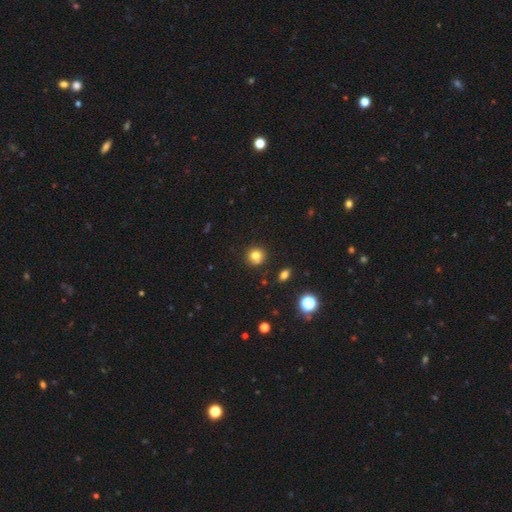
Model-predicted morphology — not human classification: A smooth galaxy with no disk features (77%) that is round (89%). Merging: none (74%).